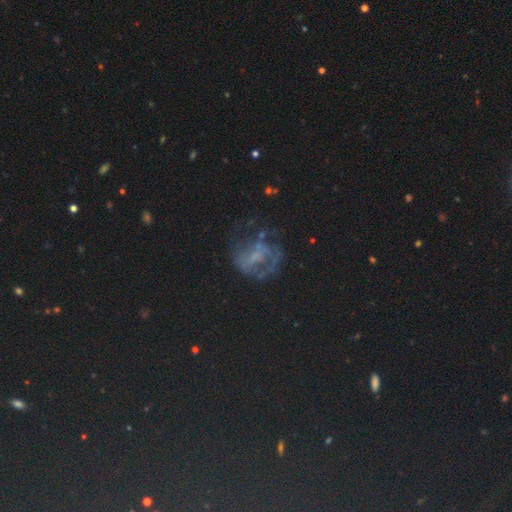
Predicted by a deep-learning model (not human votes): Morphology: type=star or artifact (40%, tied with featured or disk).